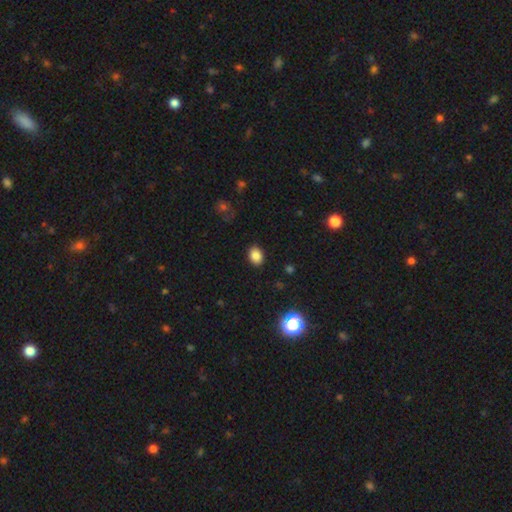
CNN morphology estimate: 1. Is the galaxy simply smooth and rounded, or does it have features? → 84% smooth, 11% star or artifact, 5% featured or disk.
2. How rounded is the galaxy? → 69% in between, 30% round, 1% cigar-shaped.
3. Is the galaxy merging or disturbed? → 89% none, 8% minor disturbance, 2% major disturbance, 1% merger.